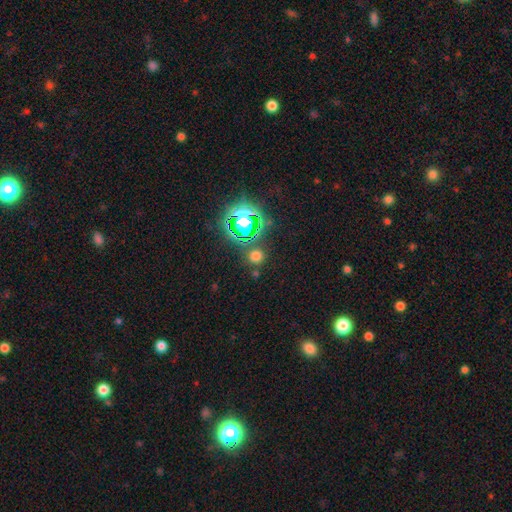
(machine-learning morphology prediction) Q: Smooth or featured?
A: smooth (58%); runner-up: star or artifact (35%)
Q: How rounded?
A: round (89%); runner-up: in between (10%)
Q: Merging?
A: none (81%); runner-up: minor disturbance (8%)